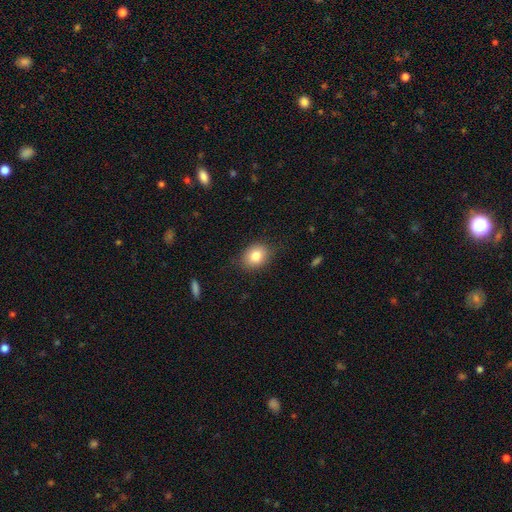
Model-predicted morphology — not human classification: smooth 82%, star or artifact 9%, featured or disk 9%. Down the decision tree: how rounded — in between (53%); merging — none (82%).